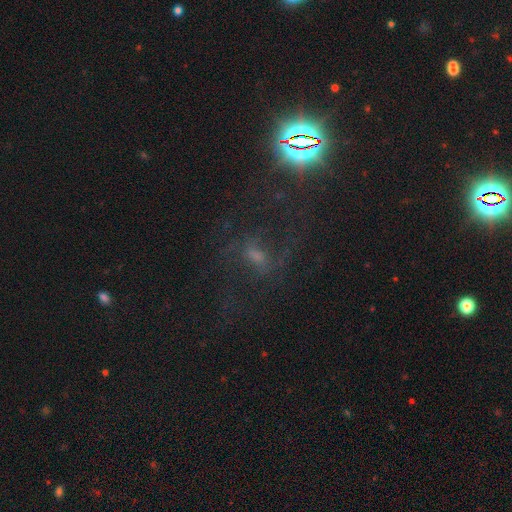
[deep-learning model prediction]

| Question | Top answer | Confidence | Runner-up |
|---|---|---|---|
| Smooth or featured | featured or disk | 39% | star or artifact (38%) |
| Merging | none | 56% | major disturbance (25%) |